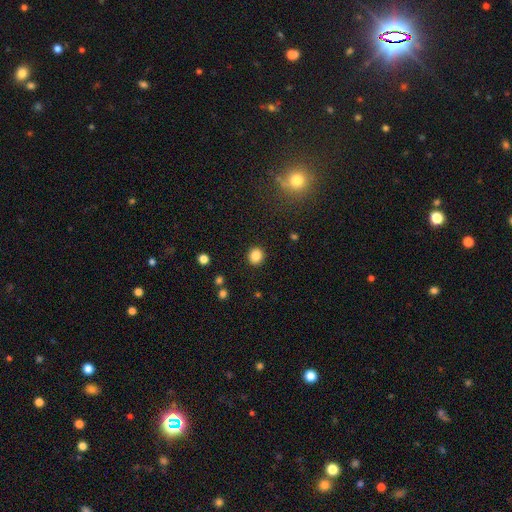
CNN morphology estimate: Q: Smooth or featured?
A: smooth (85%); runner-up: star or artifact (11%)
Q: How rounded?
A: round (87%); runner-up: in between (12%)
Q: Merging?
A: none (91%); runner-up: minor disturbance (5%)